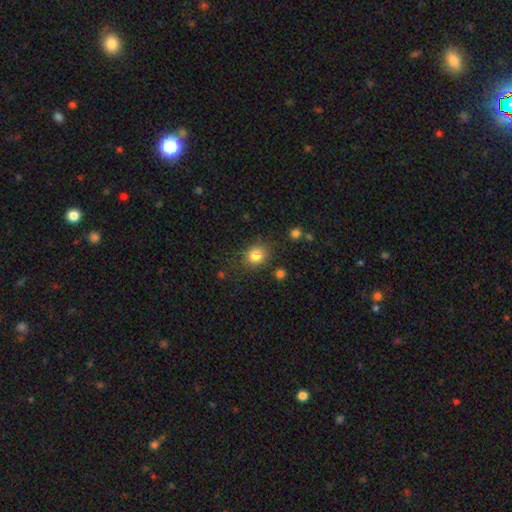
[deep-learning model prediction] A smooth galaxy with no disk features (83%) that is round (76%).

Vote fractions:
- Smooth or featured? smooth: 83% / star or artifact: 11% / featured or disk: 6%
- How rounded? round: 76% / in between: 23% / cigar-shaped: 1%
- Merging? none: 80% / minor disturbance: 12% / major disturbance: 5% / merger: 3%